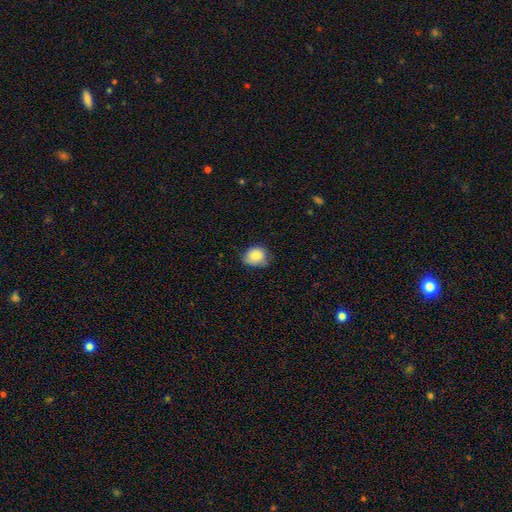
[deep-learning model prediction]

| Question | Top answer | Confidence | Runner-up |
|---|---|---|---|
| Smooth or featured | smooth | 85% | star or artifact (8%) |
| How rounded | round | 57% | in between (42%) |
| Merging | none | 62% | minor disturbance (31%) |